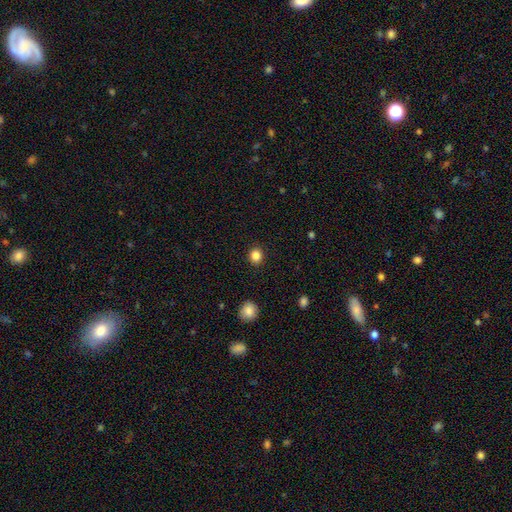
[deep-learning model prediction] smooth 85%, star or artifact 11%, featured or disk 4%. Down the decision tree: how rounded — round (85%); merging — none (92%).